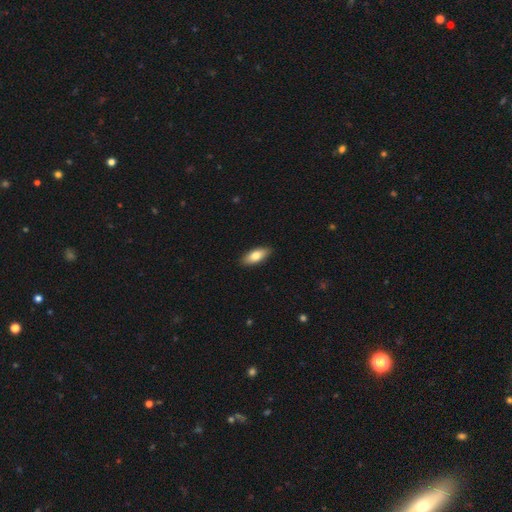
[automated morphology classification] The model was most divided on "smooth or featured": smooth: 78%, featured or disk: 16%, star or artifact: 6%. More confident: merging — none (88%); how rounded — in between (80%).